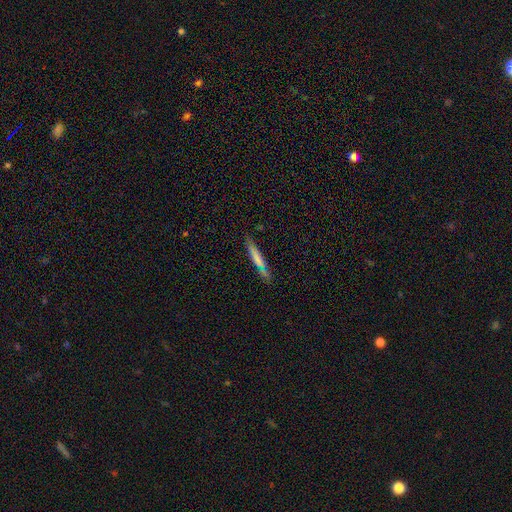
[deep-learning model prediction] smooth-or-featured: smooth: 63% | featured or disk: 30% | star or artifact: 8%
  how-rounded: cigar-shaped: 94% | in between: 5% | round: 1%
  merging: none: 77% | minor disturbance: 14% | merger: 5% | major disturbance: 3%